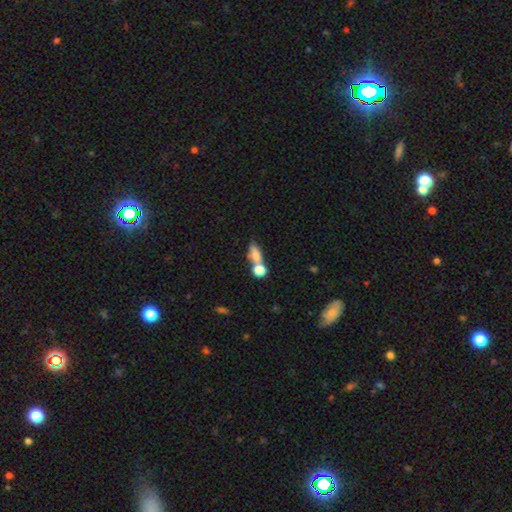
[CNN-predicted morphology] smooth_or_featured: smooth (p=0.73) [alt: featured or disk p=0.15]
how_rounded: in between (p=0.61) [alt: cigar-shaped p=0.23]
merging: none (p=0.41) [alt: merger p=0.38]